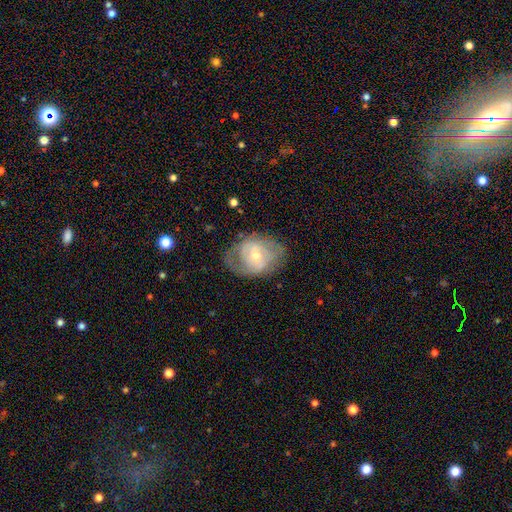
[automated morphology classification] smooth_or_featured: featured or disk (p=0.68) [alt: smooth p=0.25]
disk_edge_on: no (p=0.96) [alt: yes p=0.04]
bar: no (p=0.45) [alt: weak p=0.42]
has_spiral_arms: yes (p=0.72) [alt: no p=0.28]
bulge_size: small (p=0.49) [alt: moderate p=0.46]
merging: none (p=0.63) [alt: minor disturbance p=0.22]